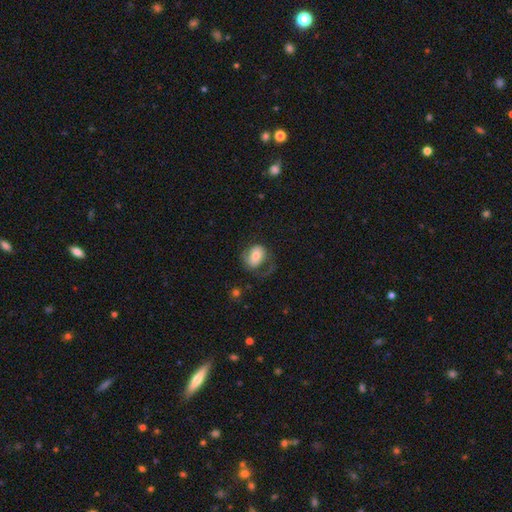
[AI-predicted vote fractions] smooth-or-featured: smooth: 56% | featured or disk: 36% | star or artifact: 8%
  how-rounded: in between: 60% | round: 39% | cigar-shaped: 1%
  merging: none: 46% | major disturbance: 30% | minor disturbance: 22% | merger: 2%